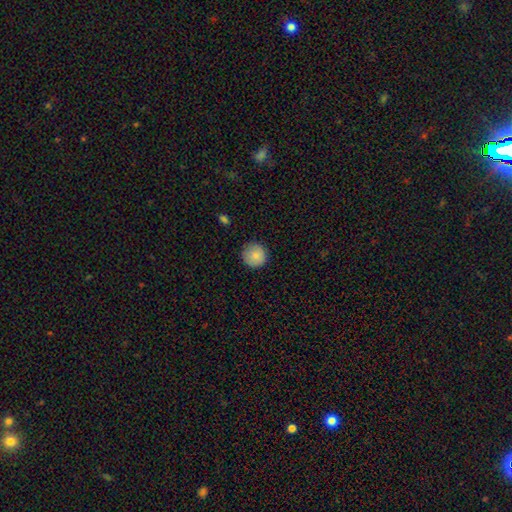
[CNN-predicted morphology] smooth 85%, star or artifact 9%, featured or disk 6%. Down the decision tree: how rounded — round (95%); merging — none (87%).